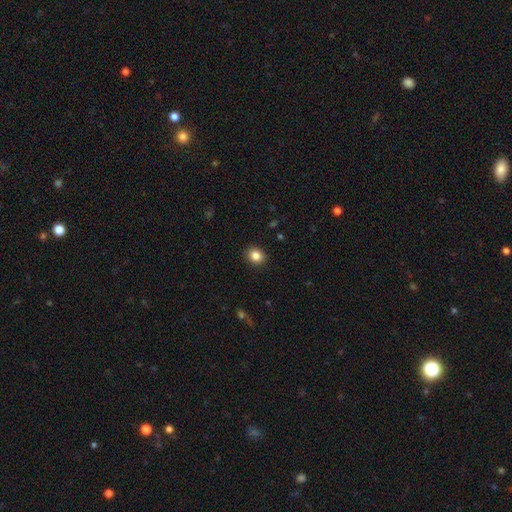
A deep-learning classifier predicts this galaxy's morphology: This appears to be a smooth galaxy with no disk features (84%) that is round (71%). Merging: none (91%).